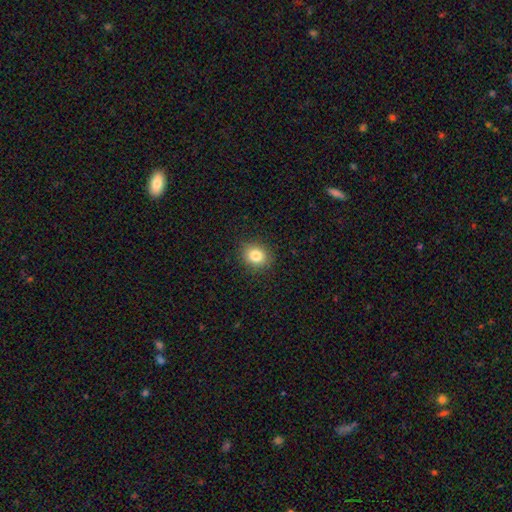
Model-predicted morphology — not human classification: Smooth or featured? Predicted: smooth (p=0.83). How rounded? Predicted: round (p=0.63). Merging? Predicted: none (p=0.89).